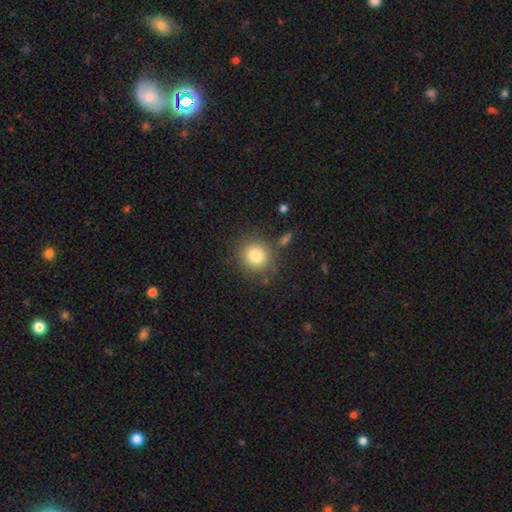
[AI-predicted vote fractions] A smooth galaxy with no disk features (81%) that is round (89%). Merging: none (82%).